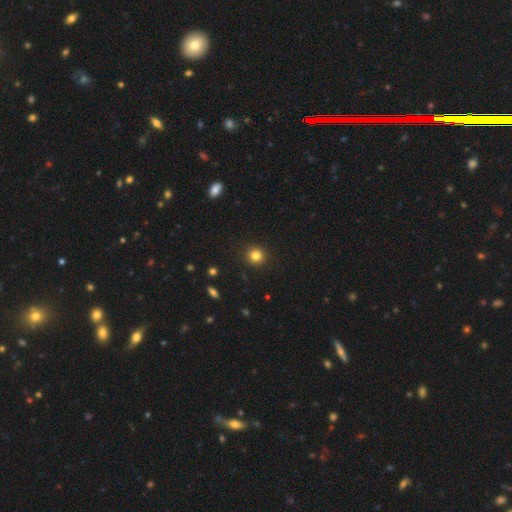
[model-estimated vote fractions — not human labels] A smooth galaxy with no disk features (83%) that is round (93%).

Vote fractions:
- Smooth or featured? smooth: 83% / star or artifact: 12% / featured or disk: 5%
- How rounded? round: 93% / in between: 6% / cigar-shaped: 1%
- Merging? none: 92% / minor disturbance: 5% / major disturbance: 2% / merger: 1%